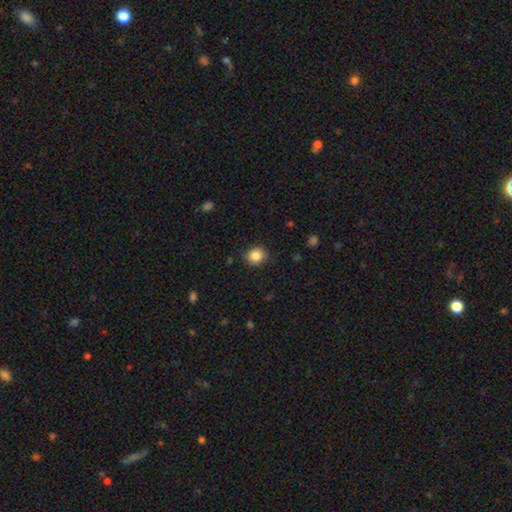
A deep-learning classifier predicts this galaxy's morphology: Overall: smooth (85%). How rounded: round (84%). Merging: none (85%).